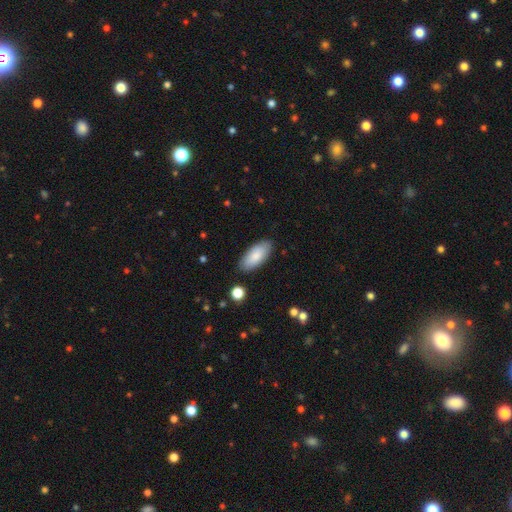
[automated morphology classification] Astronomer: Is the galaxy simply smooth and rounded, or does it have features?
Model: smooth — 83%.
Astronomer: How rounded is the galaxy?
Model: in between — 88%.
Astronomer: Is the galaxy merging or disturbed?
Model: none — 86%.